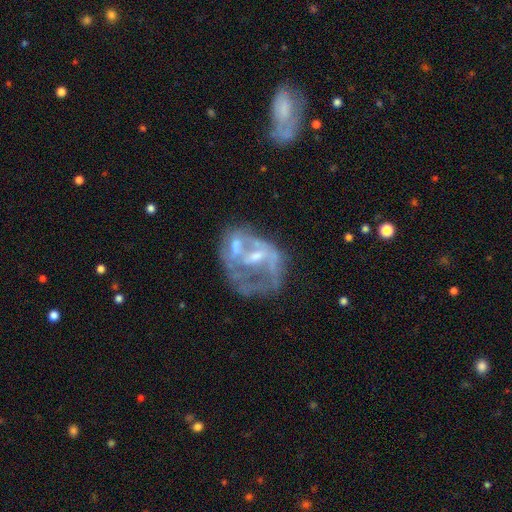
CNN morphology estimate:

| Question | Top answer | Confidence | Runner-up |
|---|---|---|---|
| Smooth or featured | featured or disk | 71% | smooth (18%) |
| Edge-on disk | no | 97% | yes (3%) |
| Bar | no | 54% | weak (33%) |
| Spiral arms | no | 68% | yes (32%) |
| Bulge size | small | 41% | moderate (32%) |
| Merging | major disturbance | 31% | none (30%) |